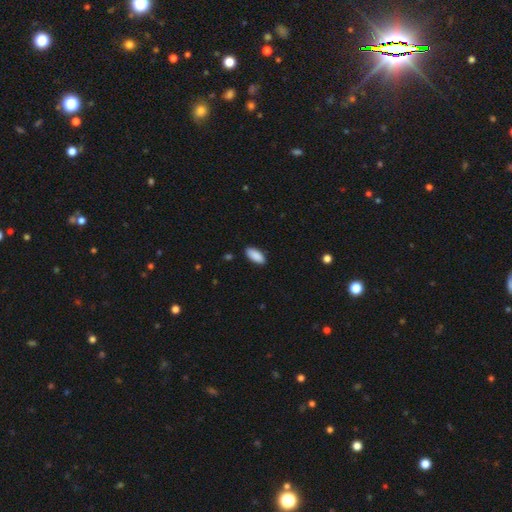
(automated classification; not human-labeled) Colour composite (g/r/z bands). It shows a smooth galaxy with no disk features (90%) that is in between round and cigar-shaped (86%). Merging: none (87%).